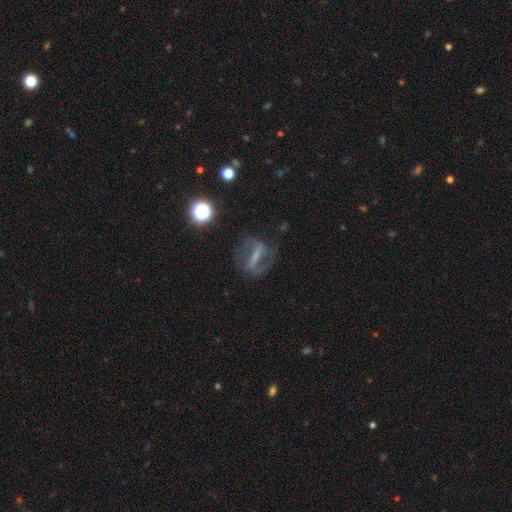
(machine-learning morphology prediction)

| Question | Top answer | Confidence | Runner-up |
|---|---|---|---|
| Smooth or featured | featured or disk | 71% | smooth (16%) |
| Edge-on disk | no | 89% | yes (11%) |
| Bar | strong | 68% | weak (22%) |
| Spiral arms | yes | 75% | no (25%) |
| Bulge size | small | 37% | none (36%) |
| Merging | none | 68% | minor disturbance (15%) |